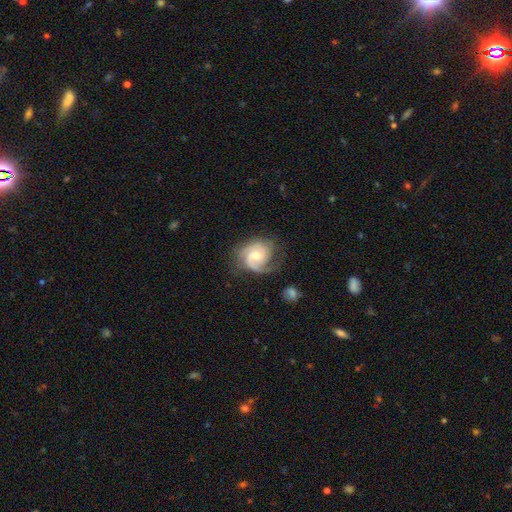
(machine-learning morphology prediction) A featured or disk galaxy (79%) with no bar (63%), 2 (42%) medium (41%, tied with tight) spiral arms (95%) and a moderate central bulge (58%).

Vote fractions:
- Smooth or featured? featured or disk: 79% / smooth: 15% / star or artifact: 6%
- Edge-on disk? no: 98% / yes: 2%
- Bar? no: 63% / weak: 32% / strong: 5%
- Spiral arms? yes: 95% / no: 5%
- Spiral winding? medium: 41% (tied) / tight: 41% (tied) / loose: 19%
- Spiral arm count? 2: 42% / 1: 22% / 3: 16% / can't tell: 15% / 4: 3% / more than 4: 2%
- Bulge size? moderate: 58% / small: 36% / large: 4% / none: 2% / dominant: 1%
- Merging? none: 57% / minor disturbance: 23% / major disturbance: 18% / merger: 2%